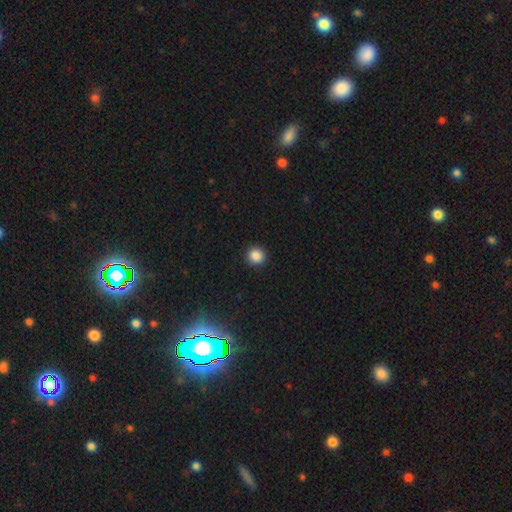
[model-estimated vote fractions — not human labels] Smooth or featured? smooth (86%)
How rounded? round (92%)
Merging? none (93%)